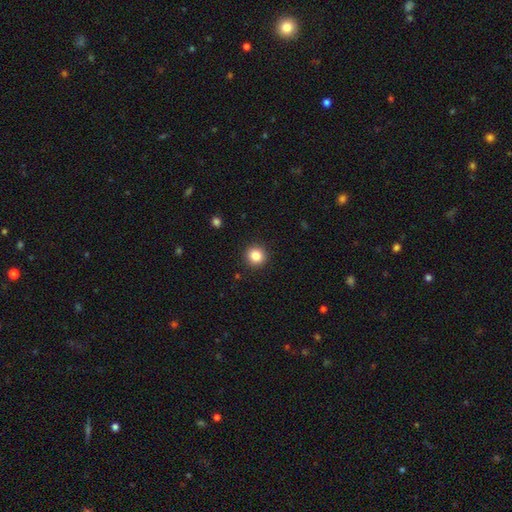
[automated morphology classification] Smooth or featured? smooth (85%)
How rounded? round (94%)
Merging? none (92%)